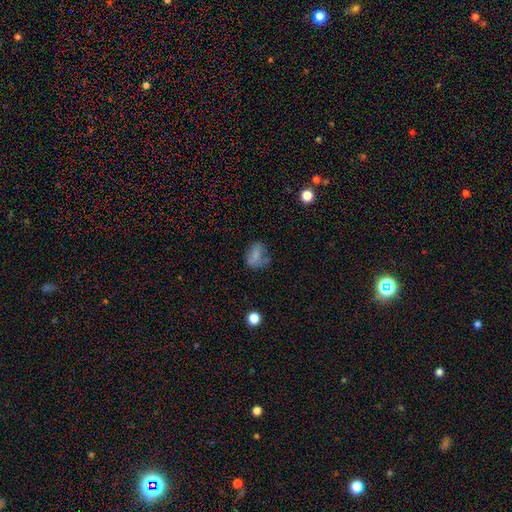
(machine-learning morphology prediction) smooth 69%, featured or disk 18%, star or artifact 13%. Down the decision tree: how rounded — in between (64%); merging — none (48%).